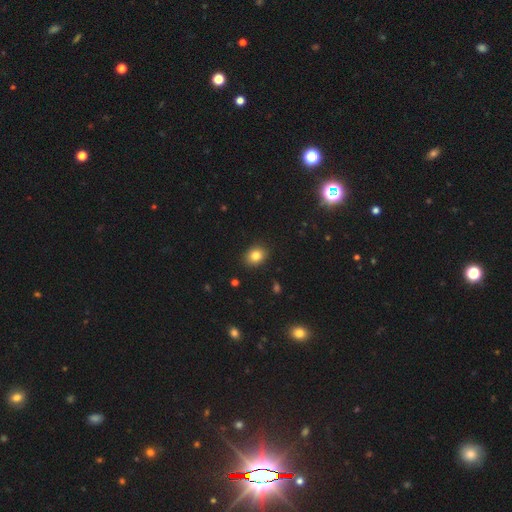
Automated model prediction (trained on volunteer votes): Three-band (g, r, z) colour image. It shows a smooth galaxy with no disk features (83%) that is in between round and cigar-shaped (52%). Merging: none (90%).